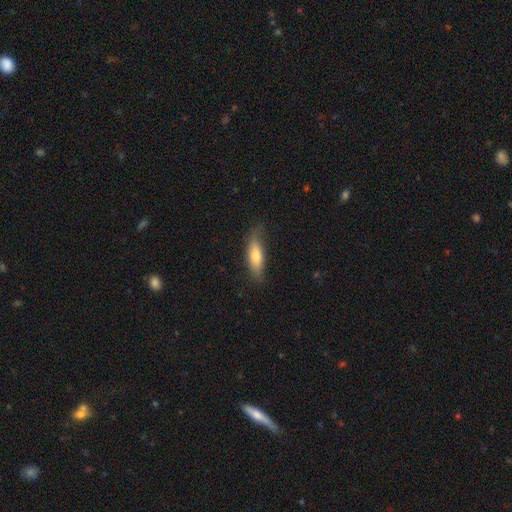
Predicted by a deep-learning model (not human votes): A smooth galaxy with no disk features (71%) that is cigar-shaped (56%). Merging: none (72%).